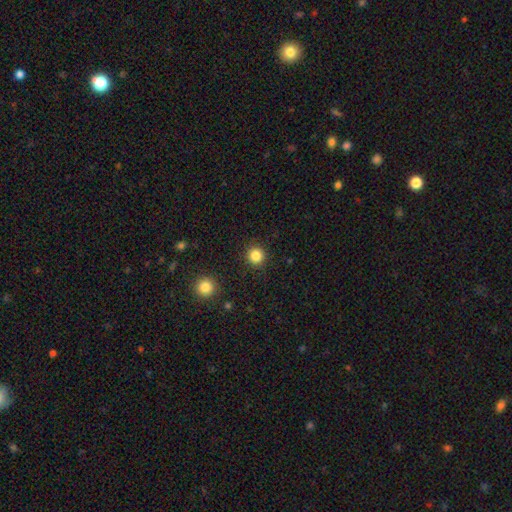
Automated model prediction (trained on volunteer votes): Smooth or featured?
  - smooth: 84% *
  - star or artifact: 12%
  - featured or disk: 4%
How rounded?
  - round: 94% *
  - in between: 5%
  - cigar-shaped: 1%
Merging?
  - none: 92% *
  - minor disturbance: 5%
  - major disturbance: 2%
  - merger: 1%